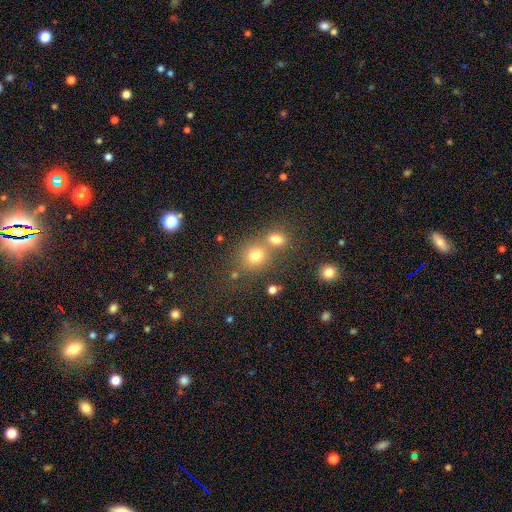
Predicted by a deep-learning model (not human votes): Smooth or featured?
  - smooth: 76% *
  - star or artifact: 15%
  - featured or disk: 9%
How rounded?
  - round: 78% *
  - in between: 21%
  - cigar-shaped: 1%
Merging?
  - none: 51% *
  - merger: 38%
  - minor disturbance: 8%
  - major disturbance: 4%